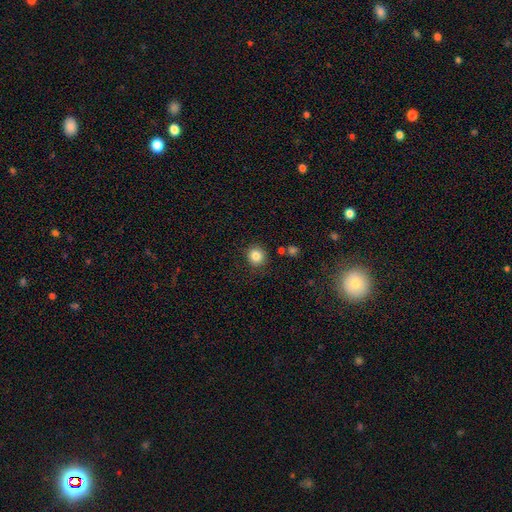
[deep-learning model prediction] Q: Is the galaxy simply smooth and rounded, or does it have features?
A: smooth — 84%.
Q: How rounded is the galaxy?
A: round — 92%.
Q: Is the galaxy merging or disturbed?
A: none — 87%.